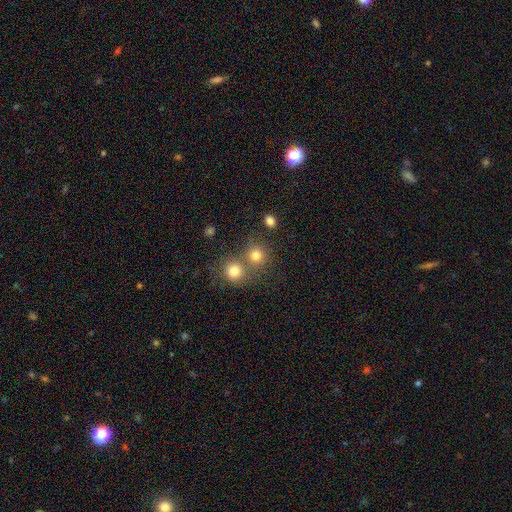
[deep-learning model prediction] Overall: smooth (79%). How rounded: round (86%). Merging: none (55%; merger 35%).